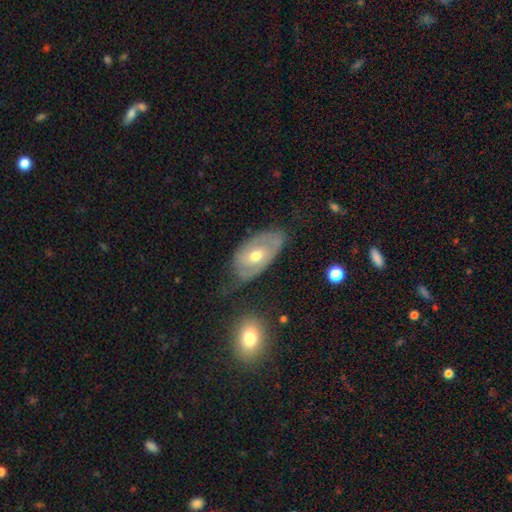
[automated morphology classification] Overall: featured or disk (59%; smooth 33%). Edge-on disk: no (90%). Bar: no (67%). Spiral arms: yes (52%; no 48%). Bulge size: moderate (72%). Merging: none (57%; minor disturbance 29%).